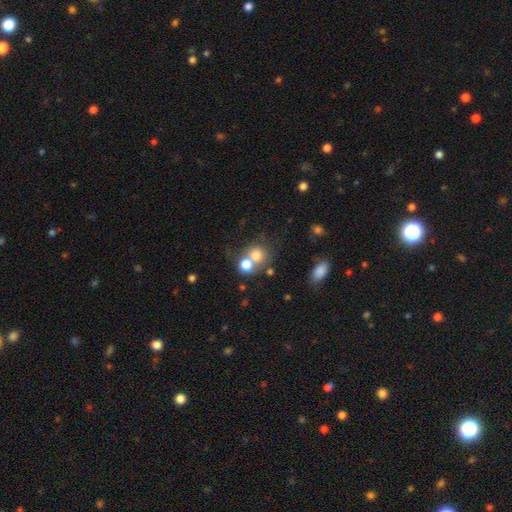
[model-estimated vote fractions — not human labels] A smooth galaxy with no disk features (73%) that is round (80%).

Vote fractions:
- Smooth or featured? smooth: 73% / featured or disk: 14% / star or artifact: 13%
- How rounded? round: 80% / in between: 19% / cigar-shaped: 1%
- Merging? merger: 48% / none: 39% / minor disturbance: 8% / major disturbance: 5%